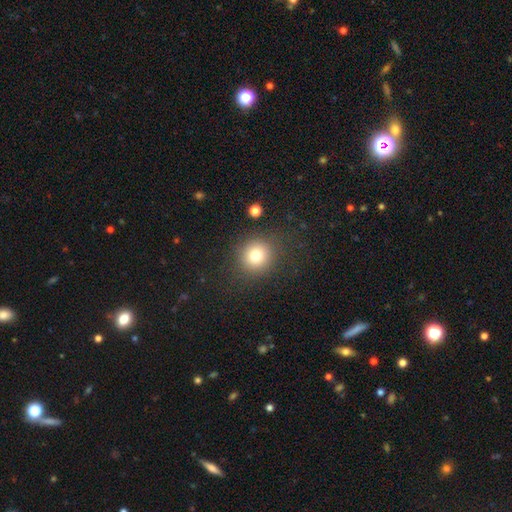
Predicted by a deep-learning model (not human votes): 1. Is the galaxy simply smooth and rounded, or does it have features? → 76% smooth, 14% star or artifact, 10% featured or disk.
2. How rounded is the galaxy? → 90% round, 9% in between, 1% cigar-shaped.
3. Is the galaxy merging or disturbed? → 85% none, 8% minor disturbance, 5% major disturbance, 2% merger.